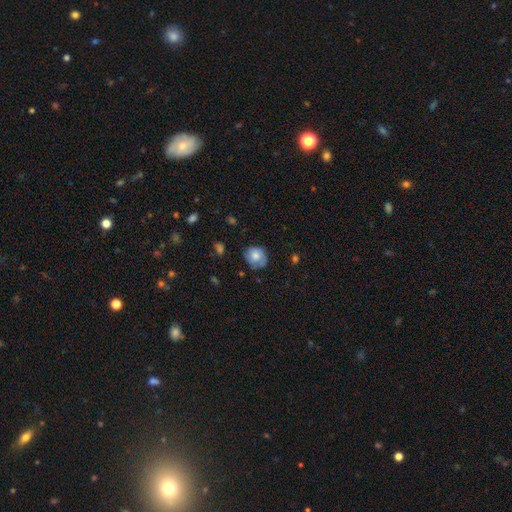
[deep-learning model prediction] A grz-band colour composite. It shows a smooth galaxy with no disk features (65%) that is round (76%). Merging: none (63%).